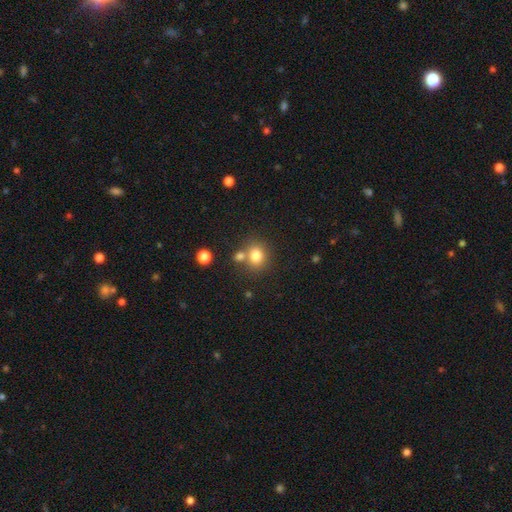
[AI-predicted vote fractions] Overall: smooth (80%). How rounded: round (72%). Merging: none (62%; merger 24%).